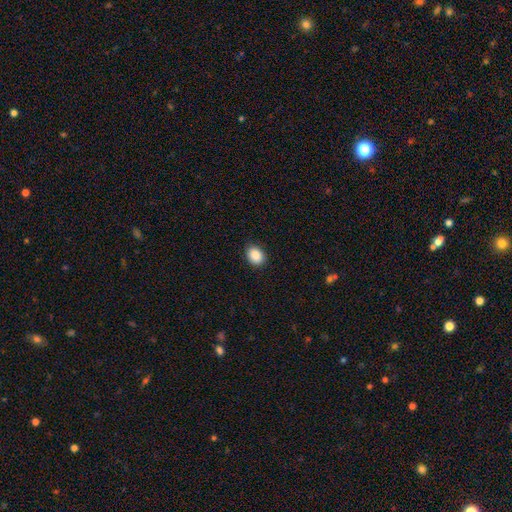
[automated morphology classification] A smooth galaxy with no disk features (89%) that is in between round and cigar-shaped (60%).

Vote fractions:
- Smooth or featured? smooth: 89% / star or artifact: 8% / featured or disk: 3%
- How rounded? in between: 60% / round: 39% / cigar-shaped: 1%
- Merging? none: 88% / minor disturbance: 9% / major disturbance: 2% / merger: 1%